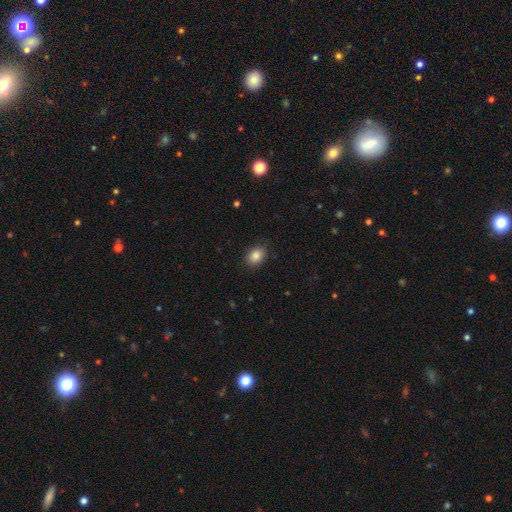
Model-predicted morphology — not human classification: Smooth or featured?
  - smooth: 86% *
  - star or artifact: 9%
  - featured or disk: 5%
How rounded?
  - in between: 64% *
  - round: 35%
  - cigar-shaped: 1%
Merging?
  - none: 87% *
  - minor disturbance: 10%
  - major disturbance: 2%
  - merger: 1%